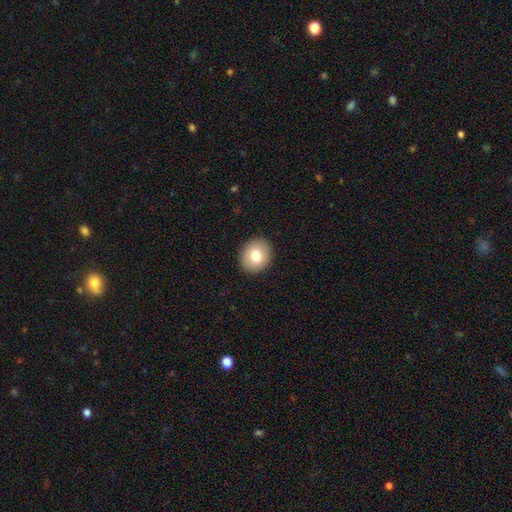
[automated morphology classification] Smooth or featured? Predicted: smooth (p=0.77). How rounded? Predicted: round (p=0.68). Merging? Predicted: none (p=0.91).